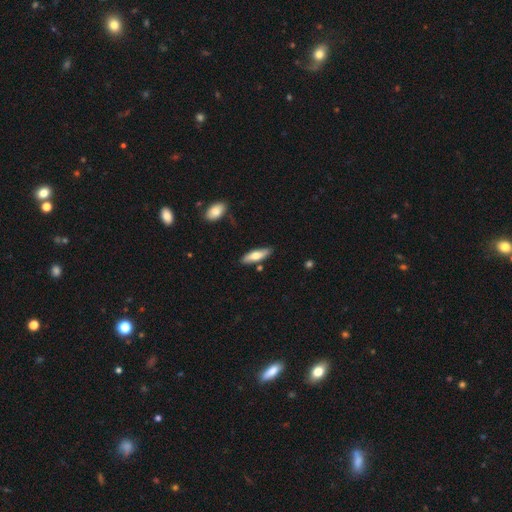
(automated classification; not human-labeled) Smooth or featured? Predicted: smooth (p=0.65). How rounded? Predicted: cigar-shaped (p=0.52). Merging? Predicted: none (p=0.81).